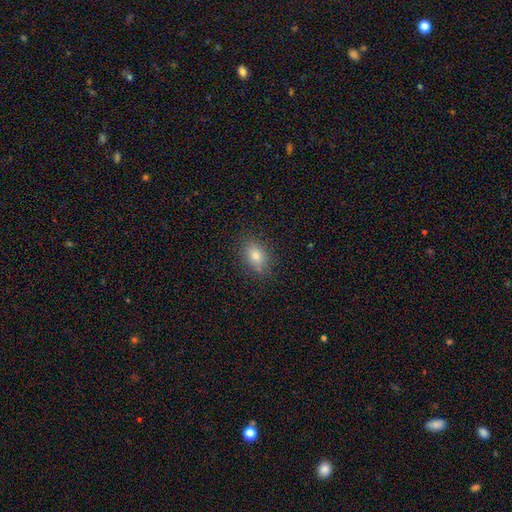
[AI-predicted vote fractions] Morphology: type=smooth (78%); roundness=in between (78%); merging=none (85%).